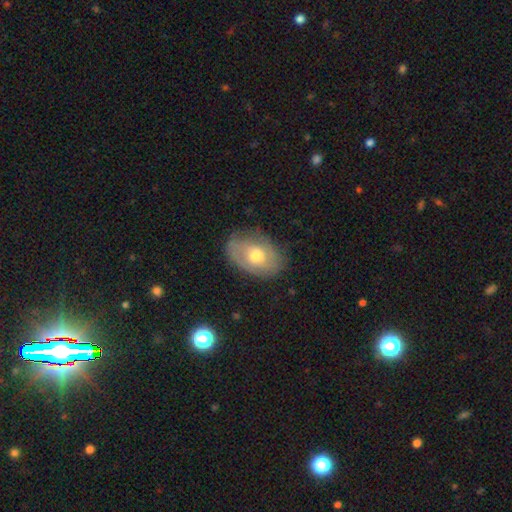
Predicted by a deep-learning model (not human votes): Smooth or featured? Predicted: featured or disk (p=0.52). Edge-on disk? Predicted: no (p=0.93). Merging? Predicted: none (p=0.70).